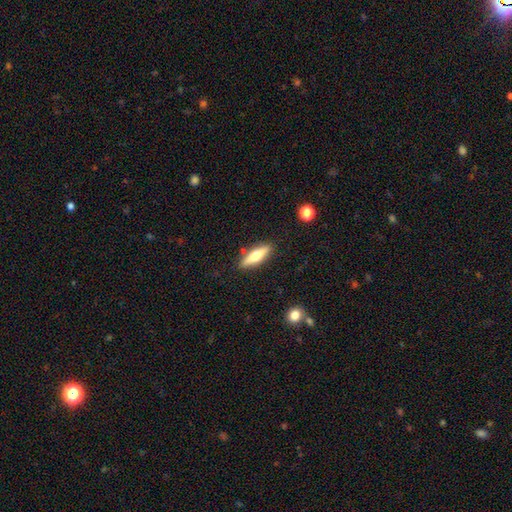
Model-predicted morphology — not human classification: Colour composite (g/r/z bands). It shows a smooth galaxy with no disk features (53%) that is cigar-shaped (62%). Merging: none (86%).